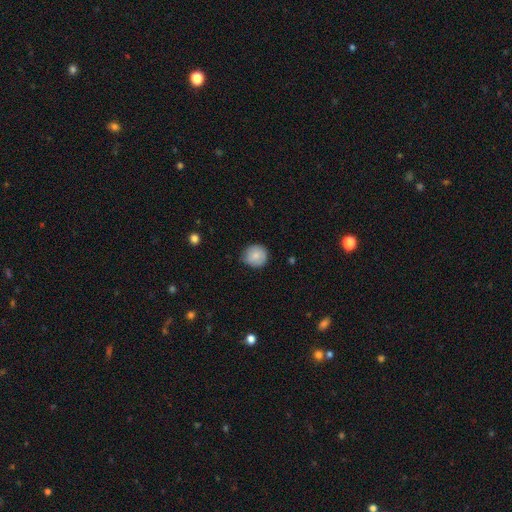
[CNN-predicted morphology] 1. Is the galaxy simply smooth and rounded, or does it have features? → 82% smooth, 10% featured or disk, 7% star or artifact.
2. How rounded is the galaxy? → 91% round, 8% in between, 1% cigar-shaped.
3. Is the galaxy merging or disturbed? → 77% none, 19% minor disturbance, 3% major disturbance, 1% merger.